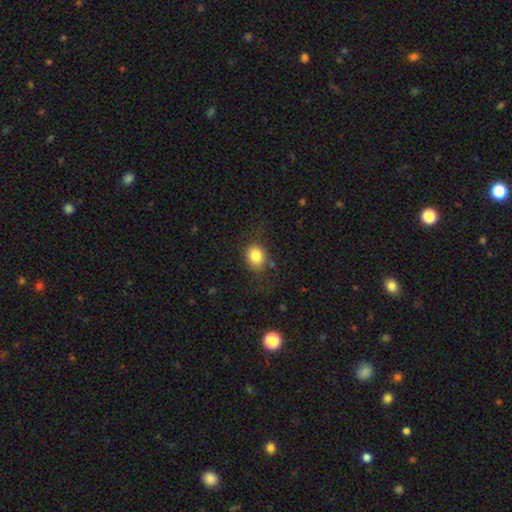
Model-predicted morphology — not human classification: smooth_or_featured: smooth (p=0.82) [alt: star or artifact p=0.10]
how_rounded: round (p=0.55) [alt: in between p=0.44]
merging: none (p=0.72) [alt: minor disturbance p=0.18]